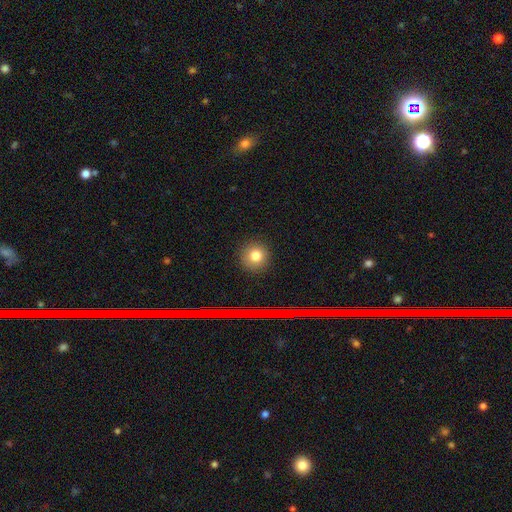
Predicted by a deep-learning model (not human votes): Morphology: type=smooth (79%); roundness=round (90%); merging=none (90%).